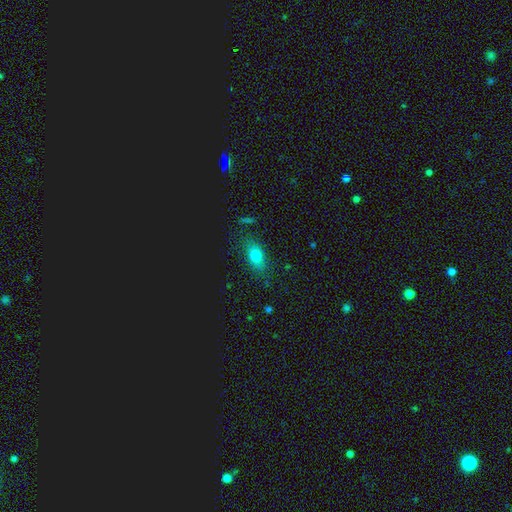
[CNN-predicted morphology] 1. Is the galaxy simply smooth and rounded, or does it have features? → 74% smooth, 14% star or artifact, 12% featured or disk.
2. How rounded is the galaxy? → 72% in between, 20% round, 8% cigar-shaped.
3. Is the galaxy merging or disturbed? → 81% none, 14% minor disturbance, 4% major disturbance, 2% merger.